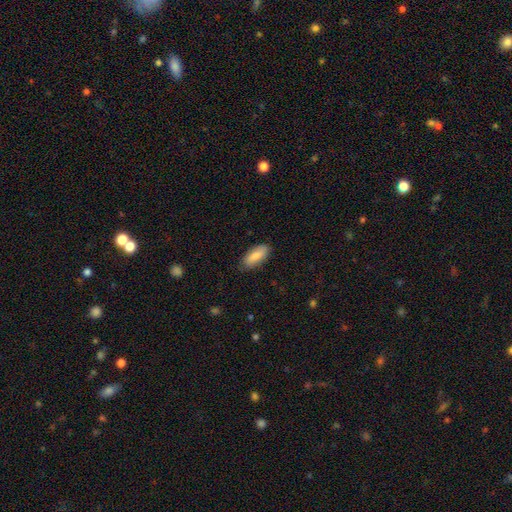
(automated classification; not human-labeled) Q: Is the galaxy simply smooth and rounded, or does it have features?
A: smooth — 84%.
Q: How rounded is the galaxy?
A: in between — 85%.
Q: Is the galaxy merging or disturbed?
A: none — 84%.